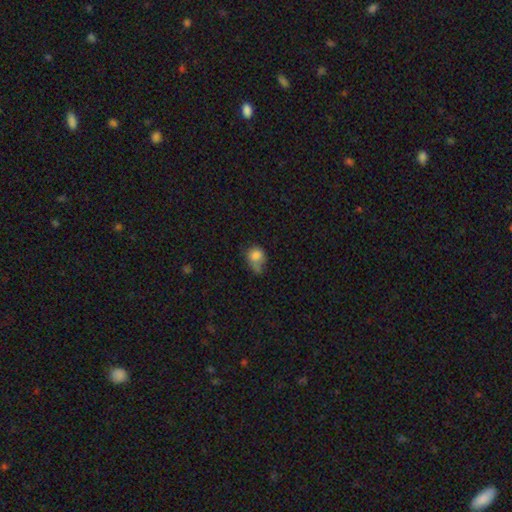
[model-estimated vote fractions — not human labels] Smooth or featured? smooth (80%)
How rounded? round (61%)
Merging? minor disturbance (33%)